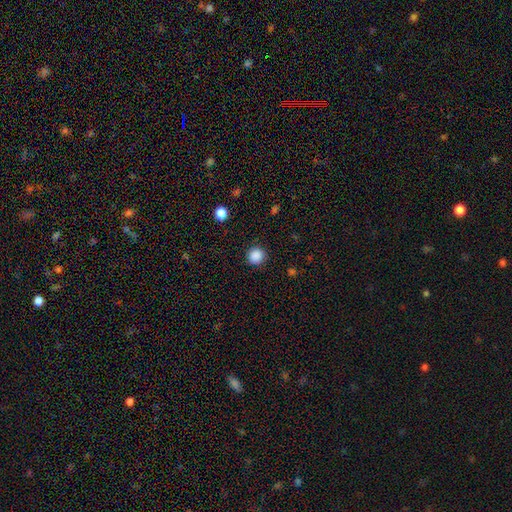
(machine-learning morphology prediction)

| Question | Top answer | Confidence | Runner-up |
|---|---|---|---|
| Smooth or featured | smooth | 87% | star or artifact (10%) |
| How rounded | round | 94% | in between (5%) |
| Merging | none | 90% | minor disturbance (6%) |